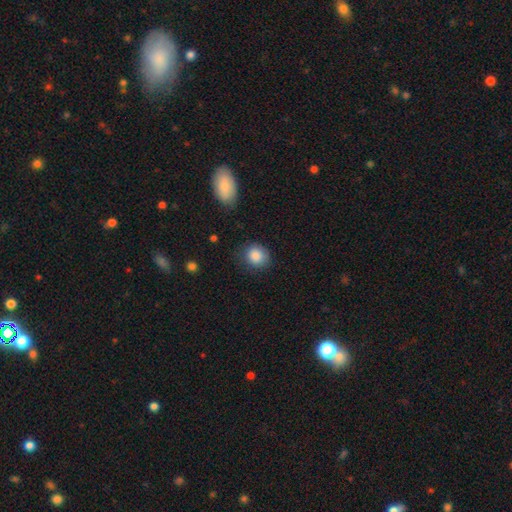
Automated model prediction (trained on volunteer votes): Q: Smooth or featured?
A: smooth (87%); runner-up: star or artifact (8%)
Q: How rounded?
A: round (79%); runner-up: in between (20%)
Q: Merging?
A: none (80%); runner-up: minor disturbance (14%)